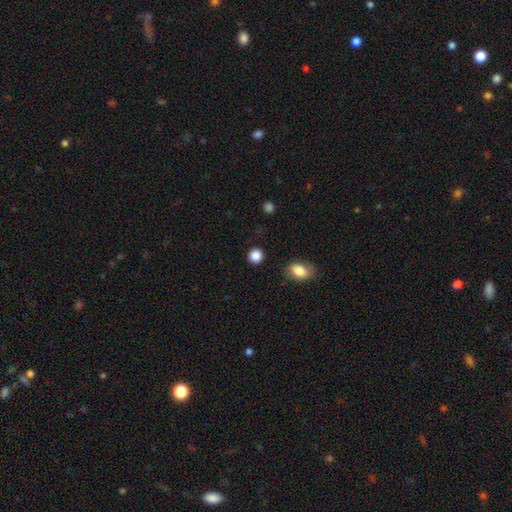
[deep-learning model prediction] This appears to be a smooth galaxy with no disk features (88%) that is round (89%). Merging: none (89%).